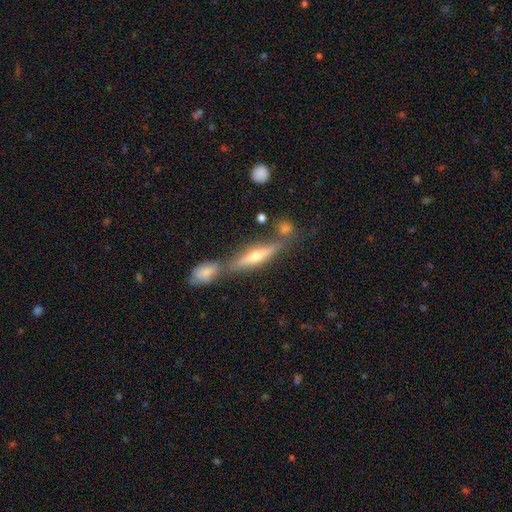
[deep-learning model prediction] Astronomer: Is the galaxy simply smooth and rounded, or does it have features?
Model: featured or disk — 62%.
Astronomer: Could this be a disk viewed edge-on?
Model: yes — 92%.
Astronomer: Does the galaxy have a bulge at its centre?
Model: rounded — 89%.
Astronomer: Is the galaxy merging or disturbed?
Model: none — 58%.